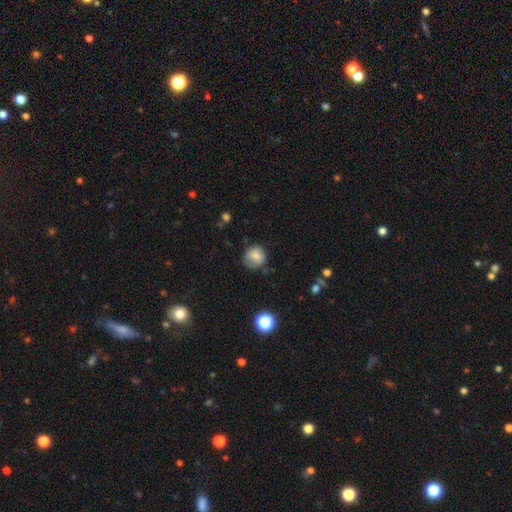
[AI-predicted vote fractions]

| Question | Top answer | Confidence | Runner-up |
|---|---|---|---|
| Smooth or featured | smooth | 74% | featured or disk (16%) |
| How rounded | round | 84% | in between (15%) |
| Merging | none | 64% | minor disturbance (27%) |